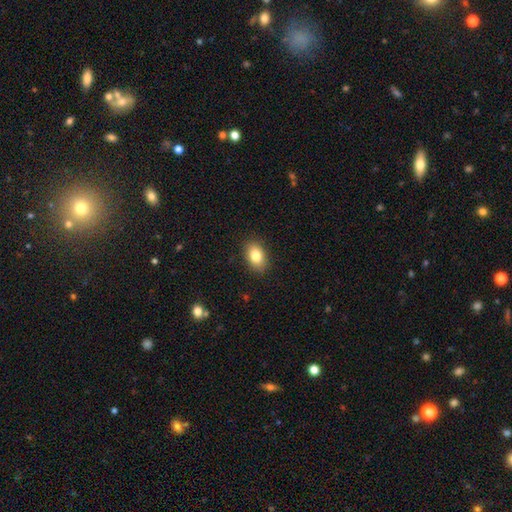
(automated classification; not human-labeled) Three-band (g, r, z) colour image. It shows a smooth galaxy with no disk features (82%) that is in between round and cigar-shaped (85%). Merging: none (88%).